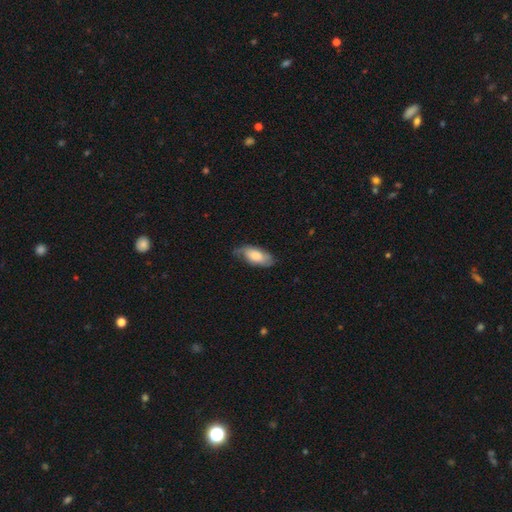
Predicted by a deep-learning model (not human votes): The model was most divided on "merging": none: 56%, minor disturbance: 33%, major disturbance: 10%, merger: 2%. More confident: how rounded — in between (89%); smooth or featured — smooth (64%).